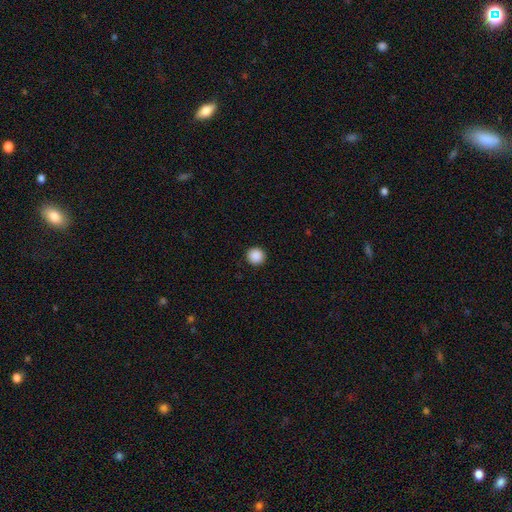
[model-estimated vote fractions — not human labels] Morphology: type=smooth (89%); roundness=round (96%); merging=none (93%).